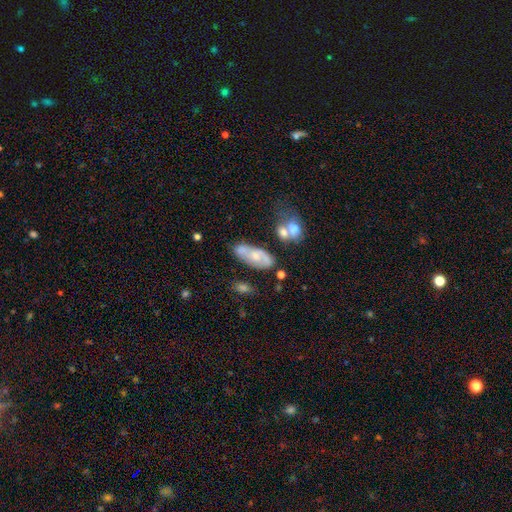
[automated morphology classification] featured or disk 52%, smooth 40%, star or artifact 8%. Down the decision tree: edge-on disk — no (89%); merging — none (49%).